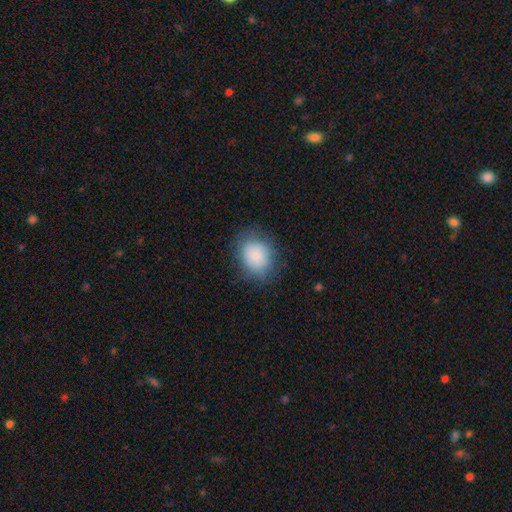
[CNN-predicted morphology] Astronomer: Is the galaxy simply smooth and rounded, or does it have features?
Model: smooth — 84%.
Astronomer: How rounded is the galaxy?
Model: round — 52% (runner-up: in between, 47%).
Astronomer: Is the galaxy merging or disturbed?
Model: none — 75%.